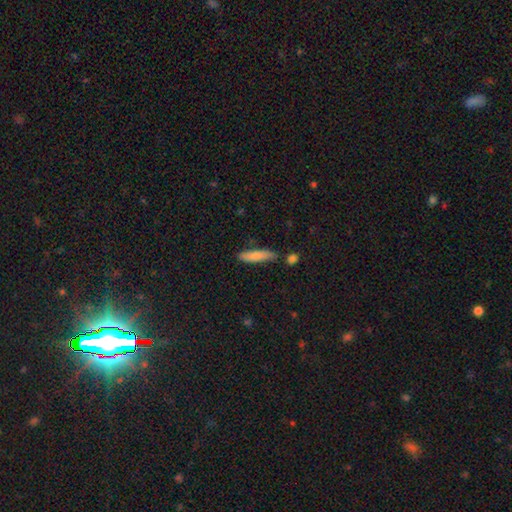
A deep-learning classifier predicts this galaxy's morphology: This appears to be a smooth galaxy with no disk features (81%) that is cigar-shaped (78%). Merging: none (78%).